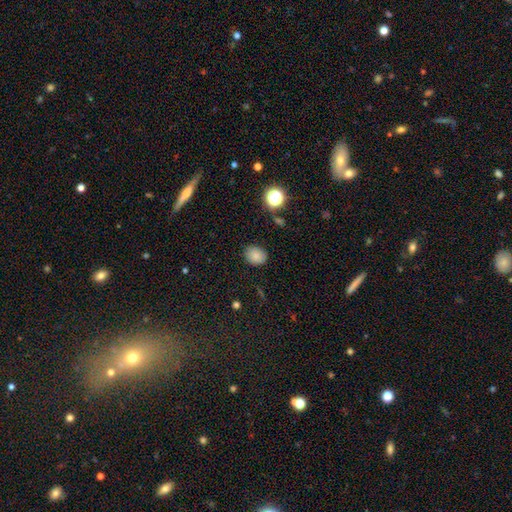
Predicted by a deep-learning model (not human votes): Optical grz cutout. It shows a smooth galaxy with no disk features (82%) that is round (55%). Merging: none (85%).